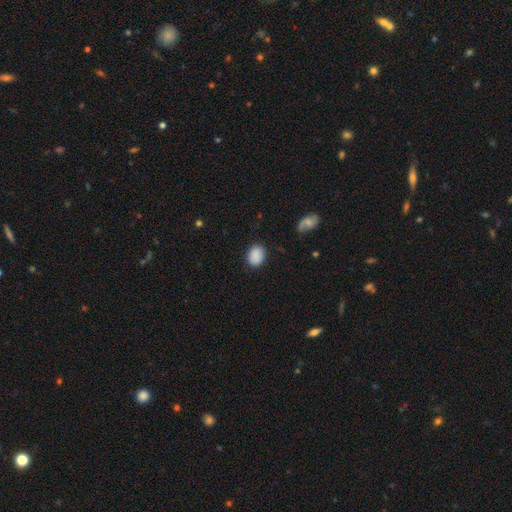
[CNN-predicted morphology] smooth_or_featured: smooth (p=0.86) [alt: star or artifact p=0.08]
how_rounded: in between (p=0.58) [alt: round p=0.41]
merging: none (p=0.82) [alt: minor disturbance p=0.13]